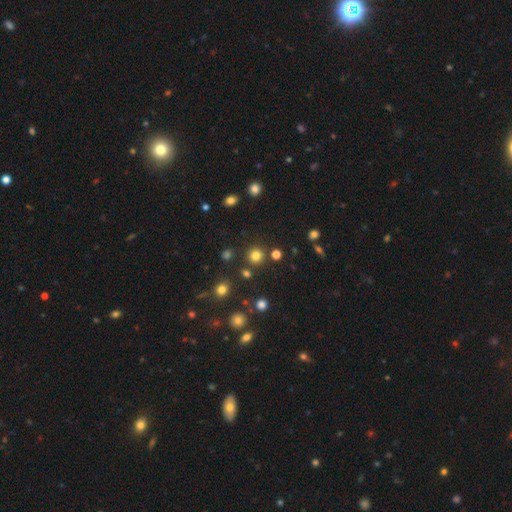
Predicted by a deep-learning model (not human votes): Q: Smooth or featured?
A: smooth (79%); runner-up: star or artifact (16%)
Q: How rounded?
A: round (94%); runner-up: in between (5%)
Q: Merging?
A: none (87%); runner-up: minor disturbance (6%)